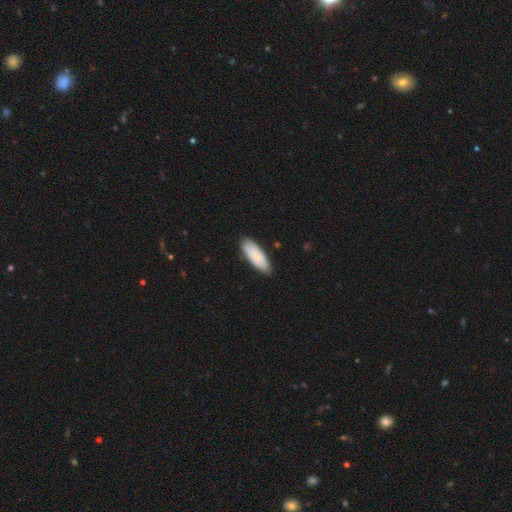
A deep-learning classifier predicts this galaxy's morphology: smooth 84%, featured or disk 11%, star or artifact 5%. Down the decision tree: how rounded — in between (70%); merging — none (85%).